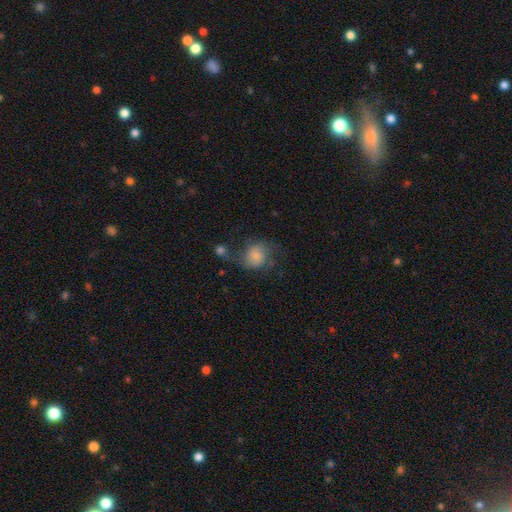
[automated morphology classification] type=smooth (57%); roundness=round (69%); merging=none (42%).